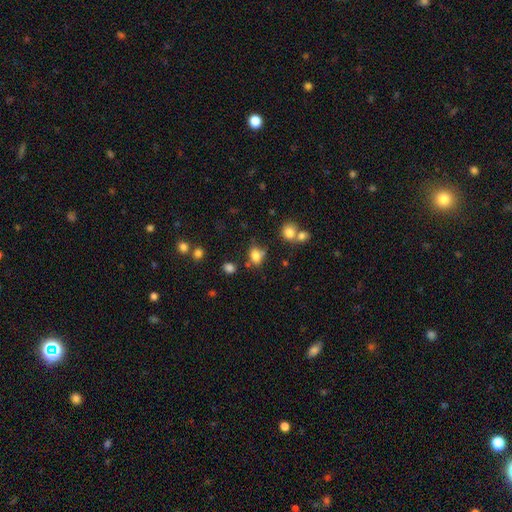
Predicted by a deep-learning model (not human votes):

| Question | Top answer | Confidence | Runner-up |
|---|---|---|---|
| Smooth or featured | smooth | 78% | star or artifact (13%) |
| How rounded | in between | 72% | round (26%) |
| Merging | none | 56% | minor disturbance (19%) |